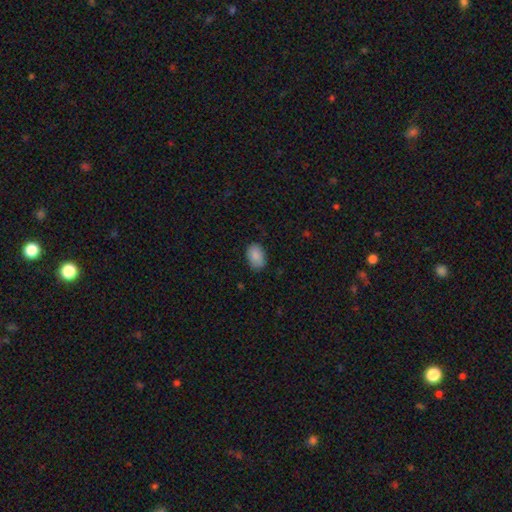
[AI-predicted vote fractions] Smooth or featured: smooth — 88% (star or artifact — 7%)
How rounded: in between — 86% (round — 13%)
Merging: none — 81% (minor disturbance — 15%)